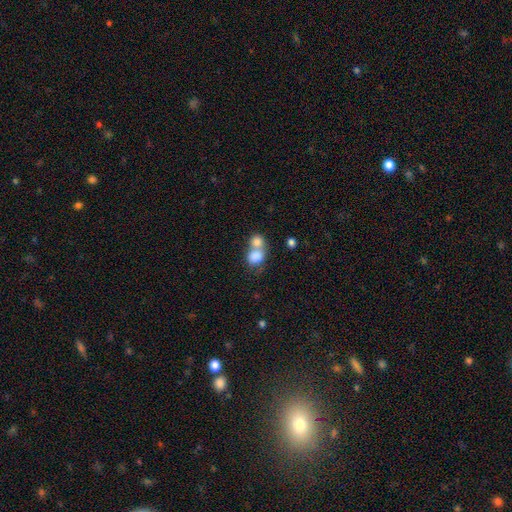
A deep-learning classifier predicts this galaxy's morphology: Smooth or featured? smooth (80%)
How rounded? round (62%)
Merging? merger (65%)